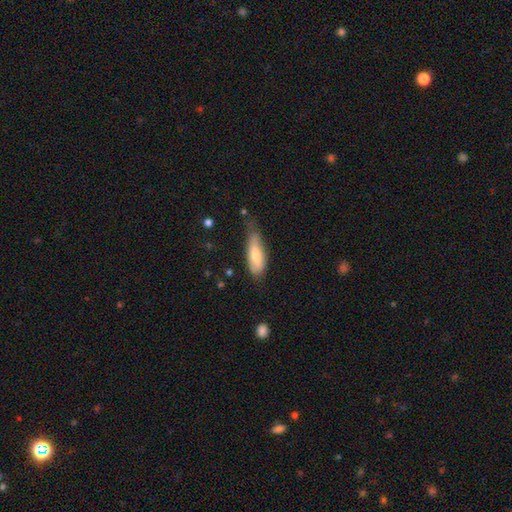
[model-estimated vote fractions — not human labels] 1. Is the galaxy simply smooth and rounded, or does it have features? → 71% smooth, 23% featured or disk, 6% star or artifact.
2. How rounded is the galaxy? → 59% in between, 39% cigar-shaped, 2% round.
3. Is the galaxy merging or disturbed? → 43% minor disturbance, 40% none, 14% major disturbance, 3% merger.